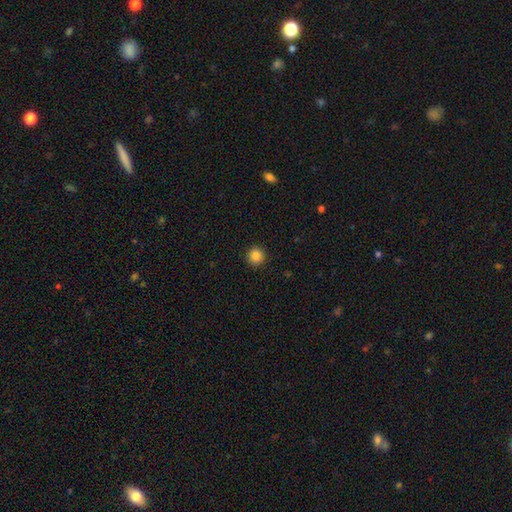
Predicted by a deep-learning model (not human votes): smooth 85%, star or artifact 11%, featured or disk 4%. Down the decision tree: how rounded — round (95%); merging — none (93%).